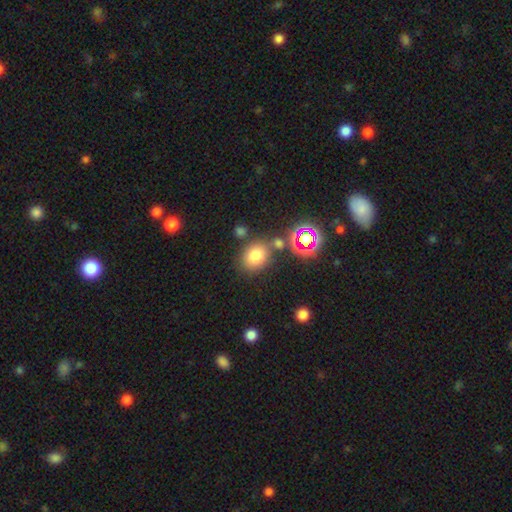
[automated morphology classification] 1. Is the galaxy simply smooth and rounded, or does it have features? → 72% smooth, 18% star or artifact, 9% featured or disk.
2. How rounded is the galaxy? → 51% round, 48% in between, 1% cigar-shaped.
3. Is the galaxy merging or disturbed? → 69% none, 14% merger, 13% minor disturbance, 5% major disturbance.